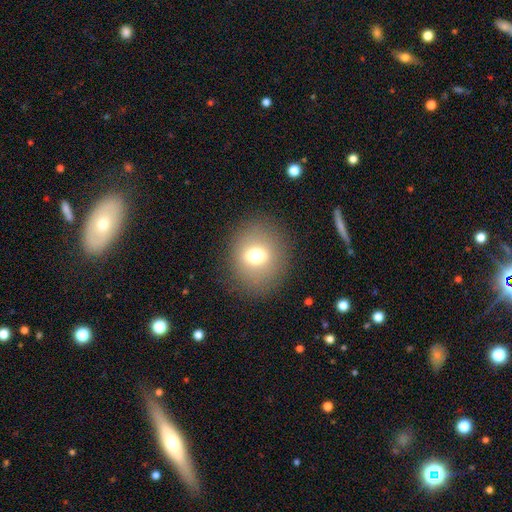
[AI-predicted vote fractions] Morphology: type=smooth (66%); roundness=round (74%); merging=none (86%).